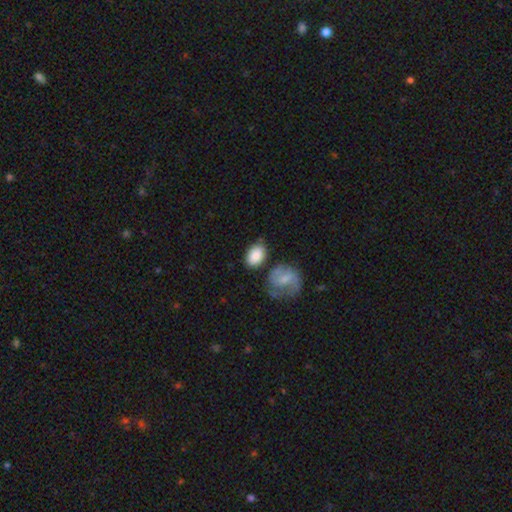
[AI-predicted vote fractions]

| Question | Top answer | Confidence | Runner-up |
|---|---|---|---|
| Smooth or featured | smooth | 84% | featured or disk (10%) |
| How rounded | in between | 81% | round (18%) |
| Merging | none | 66% | minor disturbance (18%) |